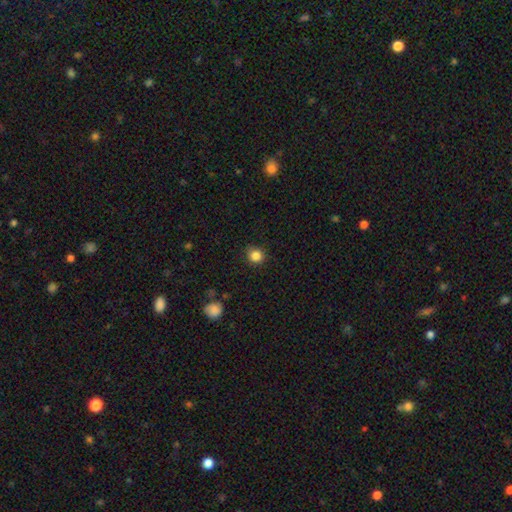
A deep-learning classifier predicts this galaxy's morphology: A smooth galaxy with no disk features (84%) that is round (88%). Merging: none (84%).